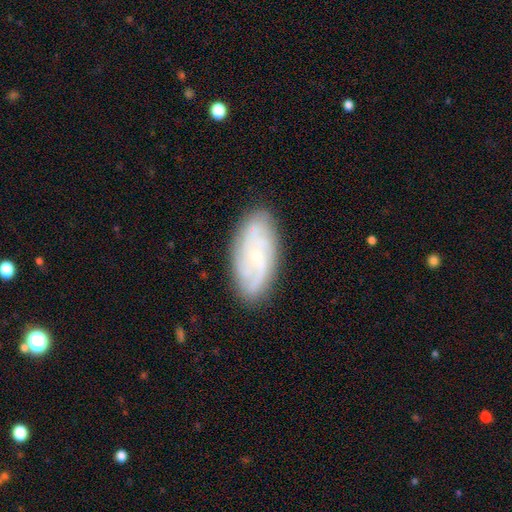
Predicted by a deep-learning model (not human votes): This is likely a featured or disk galaxy (71%). It is clearly not viewed edge-on (93%). Bar: likely no (67%). Spiral arm pattern: clearly yes (92%). Spiral arm count: marginally can't tell (33%). Spiral winding: possibly tight (45%). Central bulge: likely small (74%). Merging: clearly none (82%).